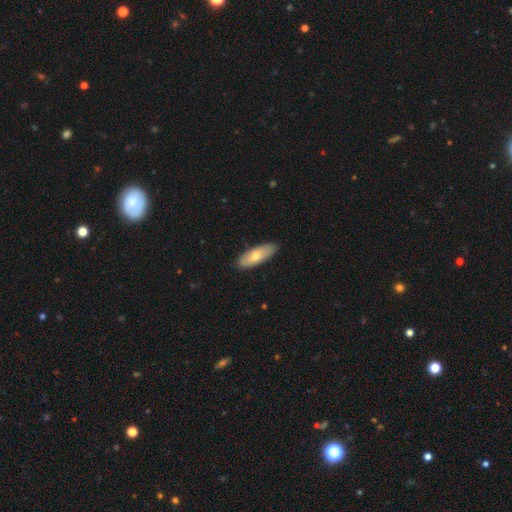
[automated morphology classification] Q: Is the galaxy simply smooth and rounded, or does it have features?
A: smooth — 65%.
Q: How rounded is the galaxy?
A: in between — 67%.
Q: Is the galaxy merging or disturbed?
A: none — 88%.